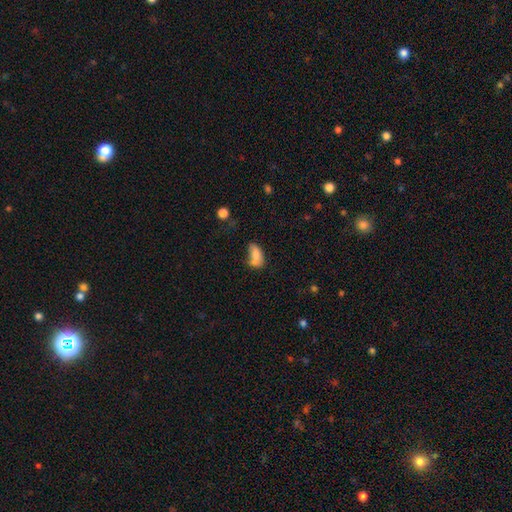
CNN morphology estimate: Smooth or featured? smooth (78%)
How rounded? in between (88%)
Merging? none (36%)